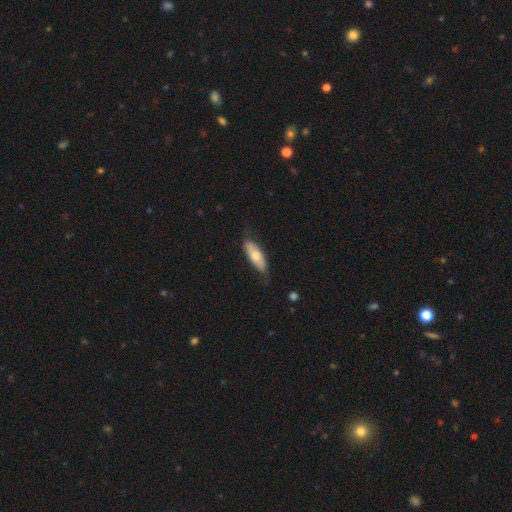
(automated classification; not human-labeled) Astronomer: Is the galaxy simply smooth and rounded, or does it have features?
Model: smooth — 61%.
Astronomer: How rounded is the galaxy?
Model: in between — 68%.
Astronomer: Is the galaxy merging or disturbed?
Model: none — 71%.